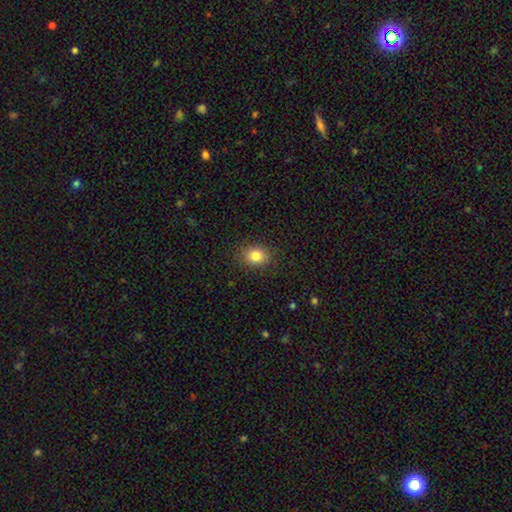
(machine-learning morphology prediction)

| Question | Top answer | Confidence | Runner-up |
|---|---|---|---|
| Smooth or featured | smooth | 83% | star or artifact (10%) |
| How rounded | round | 51% | in between (48%) |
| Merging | none | 88% | minor disturbance (9%) |